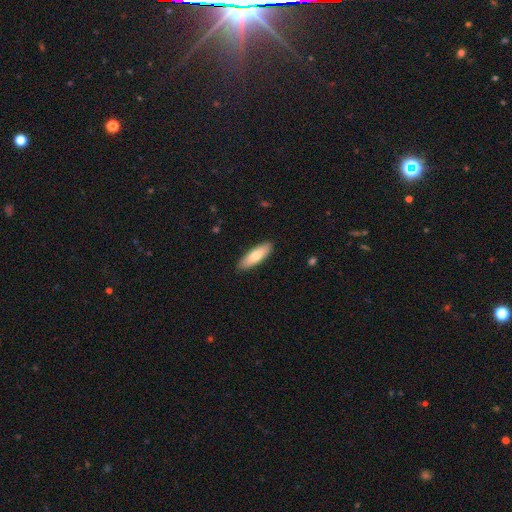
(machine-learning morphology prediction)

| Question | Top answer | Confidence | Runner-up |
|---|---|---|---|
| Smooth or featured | smooth | 75% | featured or disk (19%) |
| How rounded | in between | 51% | cigar-shaped (47%) |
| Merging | none | 90% | minor disturbance (8%) |